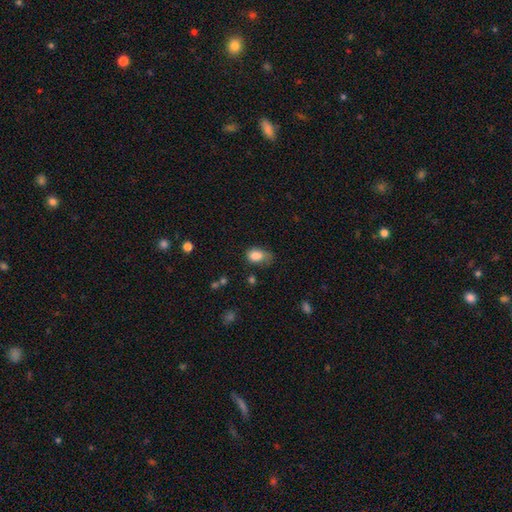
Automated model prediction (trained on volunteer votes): This appears to be a smooth galaxy with no disk features (82%) that is in between round and cigar-shaped (79%). Merging: minor disturbance (39%).